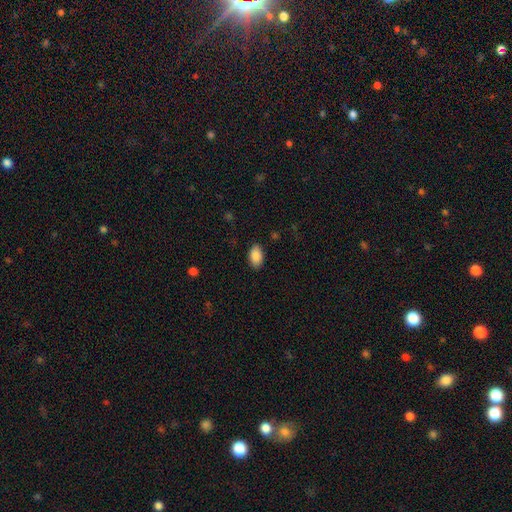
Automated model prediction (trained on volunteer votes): Smooth or featured? Predicted: smooth (p=0.89). How rounded? Predicted: in between (p=0.93). Merging? Predicted: none (p=0.87).